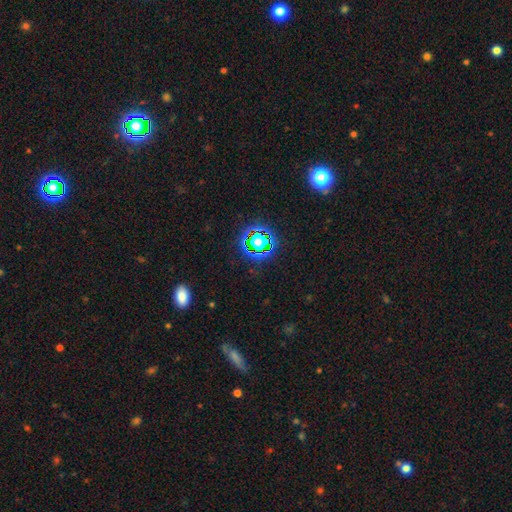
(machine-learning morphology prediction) This is likely a star or artifact rather than a galaxy (75%).